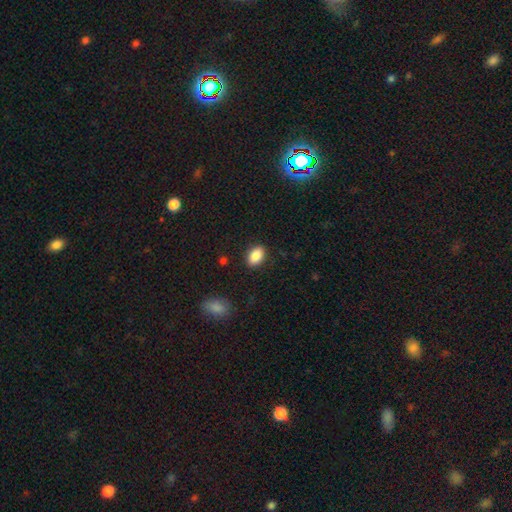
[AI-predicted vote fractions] The model was most divided on "how rounded": in between: 89%, round: 10%, cigar-shaped: 2%. More confident: merging — none (88%); smooth or featured — smooth (88%).